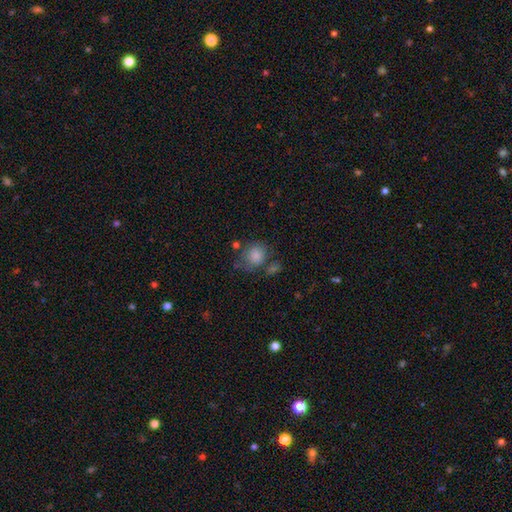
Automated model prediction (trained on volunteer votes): A smooth galaxy with no disk features (82%) that is round (74%). Merging: none (52%).